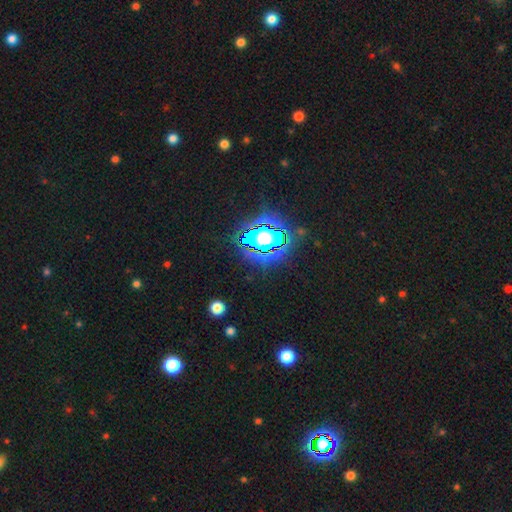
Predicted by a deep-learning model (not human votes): smooth-or-featured: star or artifact: 85% | smooth: 9% | featured or disk: 6%